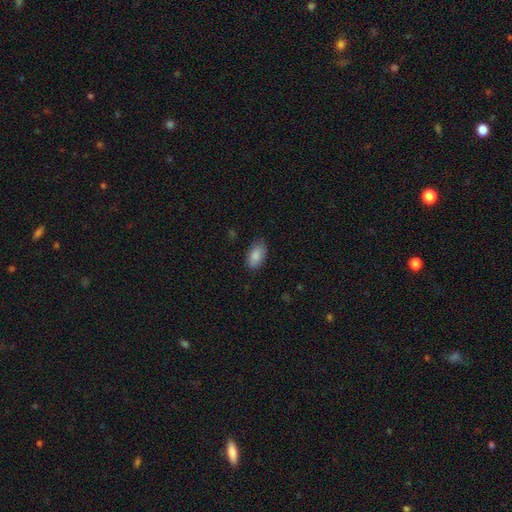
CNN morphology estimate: smooth 86%, featured or disk 7%, star or artifact 7%. Down the decision tree: how rounded — in between (93%); merging — none (82%).